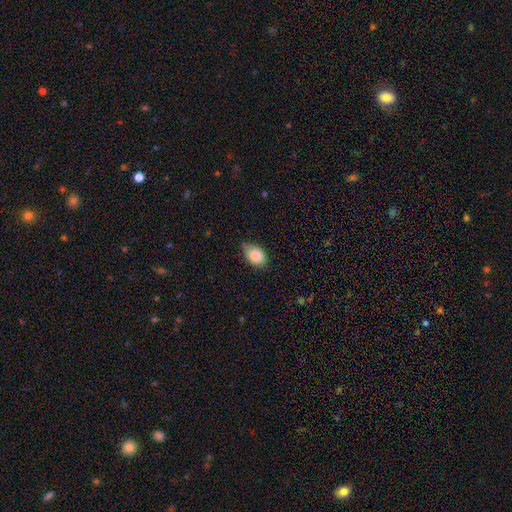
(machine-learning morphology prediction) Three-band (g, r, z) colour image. It shows a smooth galaxy with no disk features (86%) that is in between round and cigar-shaped (77%). Merging: none (61%).